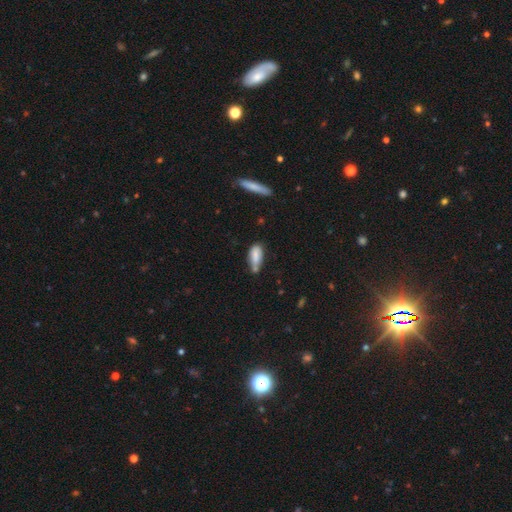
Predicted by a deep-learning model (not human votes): smooth 76%, featured or disk 16%, star or artifact 8%. Down the decision tree: how rounded — in between (76%); merging — none (42%).